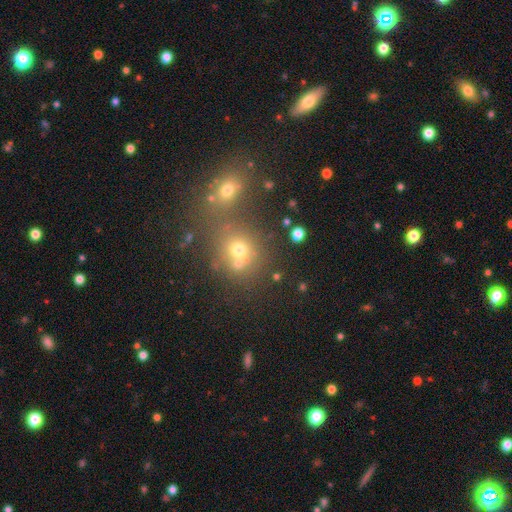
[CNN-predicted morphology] Smooth or featured? smooth (54%)
How rounded? round (79%)
Merging? none (49%)